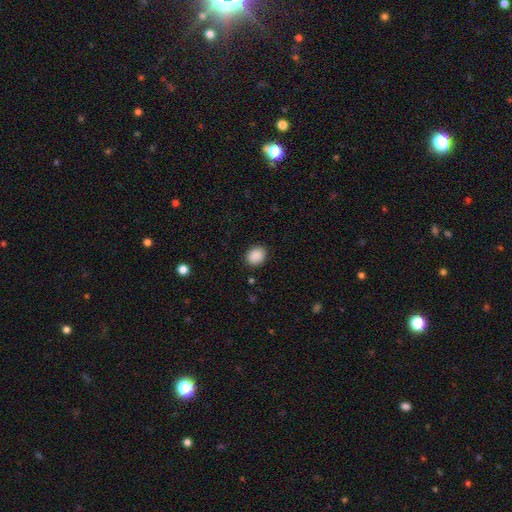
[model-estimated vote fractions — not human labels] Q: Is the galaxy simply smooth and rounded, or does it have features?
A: smooth — 89%.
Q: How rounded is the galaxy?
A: round — 60%.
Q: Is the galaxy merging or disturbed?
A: none — 89%.